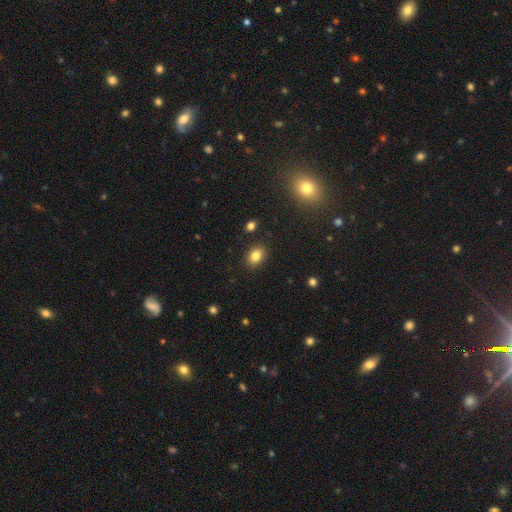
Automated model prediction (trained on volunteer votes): Q: Smooth or featured?
A: smooth (82%); runner-up: star or artifact (11%)
Q: How rounded?
A: in between (67%); runner-up: round (32%)
Q: Merging?
A: none (87%); runner-up: minor disturbance (9%)